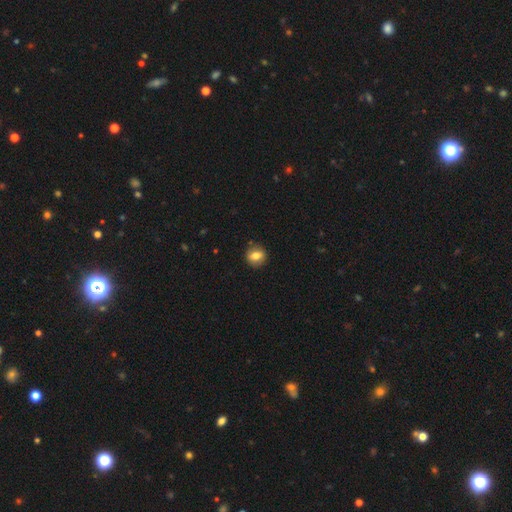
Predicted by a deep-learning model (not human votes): This appears to be a smooth galaxy with no disk features (74%) that is round (70%). Merging: none (87%).